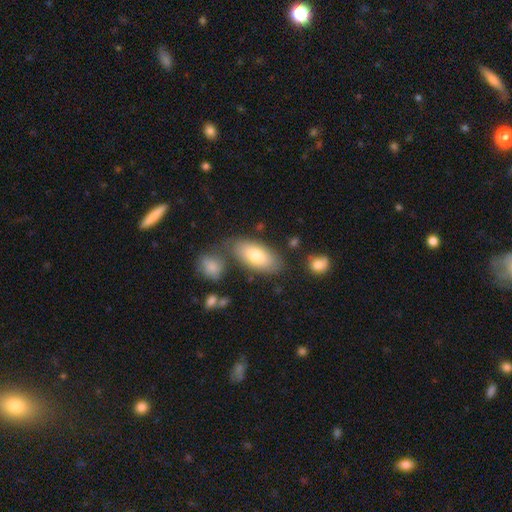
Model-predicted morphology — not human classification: This appears to be a smooth galaxy with no disk features (76%) that is in between round and cigar-shaped (91%). Merging: none (72%).